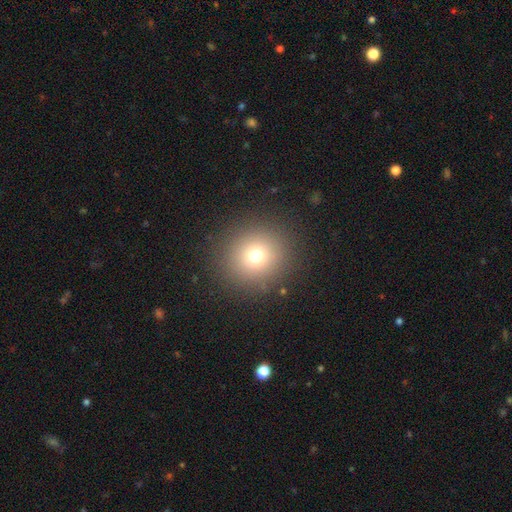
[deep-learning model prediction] smooth 72%, star or artifact 17%, featured or disk 11%. Down the decision tree: how rounded — round (91%); merging — none (89%).